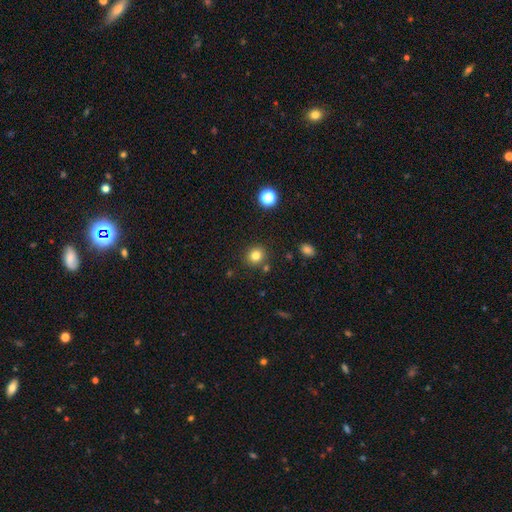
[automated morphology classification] Smooth or featured? smooth (81%)
How rounded? round (85%)
Merging? none (86%)